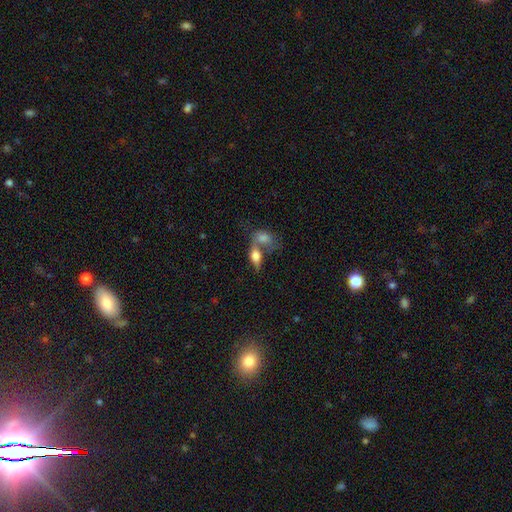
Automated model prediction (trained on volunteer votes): smooth_or_featured: smooth (p=0.62) [alt: featured or disk p=0.29]
how_rounded: in between (p=0.75) [alt: cigar-shaped p=0.16]
merging: merger (p=0.52) [alt: none p=0.32]